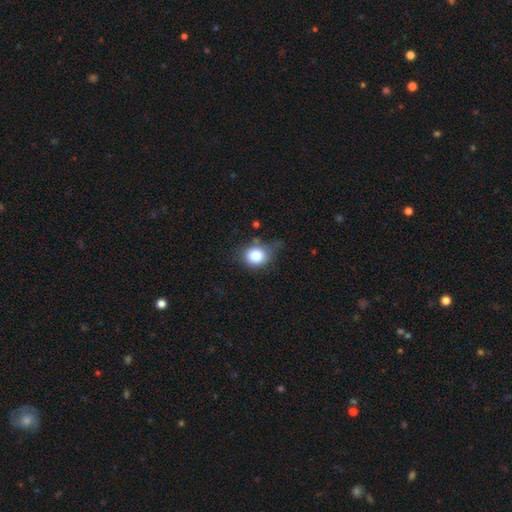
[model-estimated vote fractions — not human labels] smooth 84%, star or artifact 9%, featured or disk 6%. Down the decision tree: how rounded — round (68%); merging — none (57%).